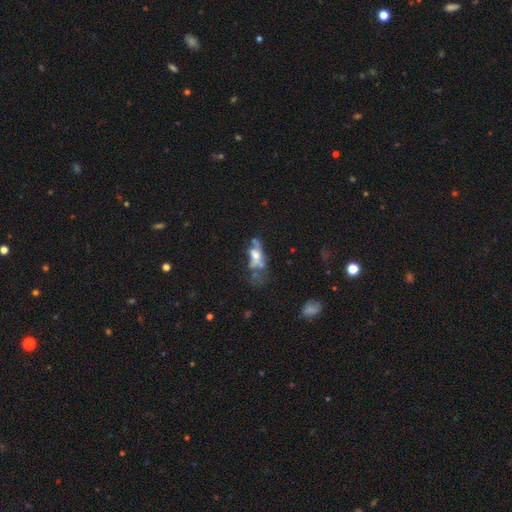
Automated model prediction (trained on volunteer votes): Smooth or featured? Predicted: featured or disk (p=0.49). Merging? Predicted: major disturbance (p=0.34).